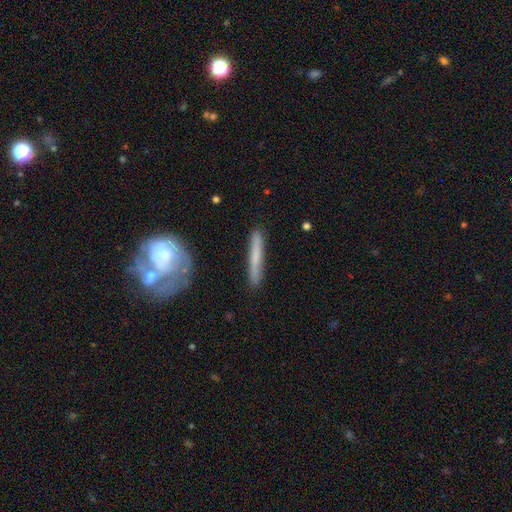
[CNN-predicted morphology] Smooth or featured? Predicted: smooth (p=0.59). How rounded? Predicted: cigar-shaped (p=0.95). Merging? Predicted: none (p=0.86).